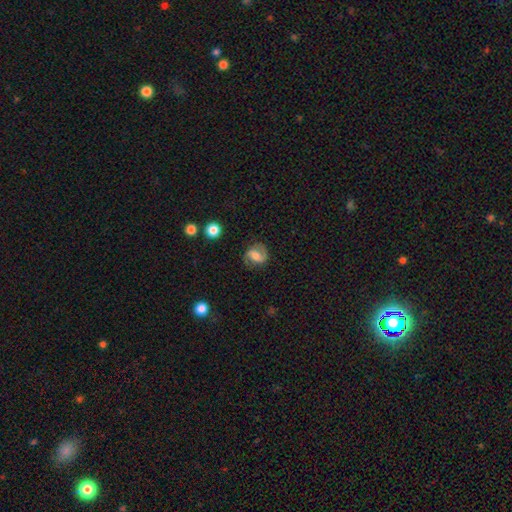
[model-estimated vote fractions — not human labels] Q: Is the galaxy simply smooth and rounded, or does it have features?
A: featured or disk — 65%.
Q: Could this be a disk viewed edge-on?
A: no — 97%.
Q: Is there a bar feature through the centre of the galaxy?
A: weak — 45%.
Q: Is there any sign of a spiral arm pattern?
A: yes — 92%.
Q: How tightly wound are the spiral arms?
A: medium — 51%.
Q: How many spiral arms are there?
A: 2 — 90%.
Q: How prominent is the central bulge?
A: moderate — 53%.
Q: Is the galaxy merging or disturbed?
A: none — 80%.